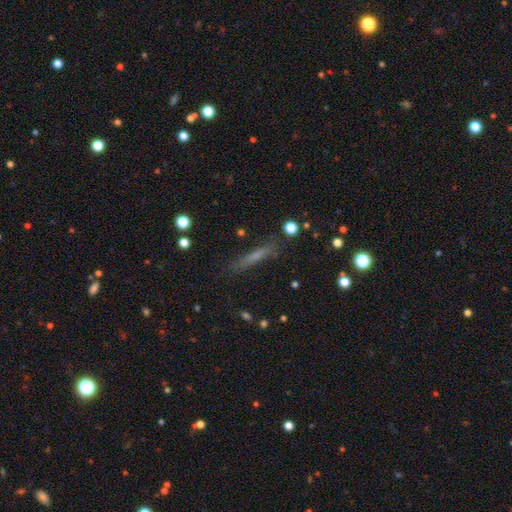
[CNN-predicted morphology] Smooth or featured?
  - smooth: 54% *
  - featured or disk: 32%
  - star or artifact: 14%
How rounded?
  - cigar-shaped: 91% *
  - in between: 7%
  - round: 3%
Merging?
  - none: 80% *
  - minor disturbance: 14%
  - major disturbance: 4%
  - merger: 2%